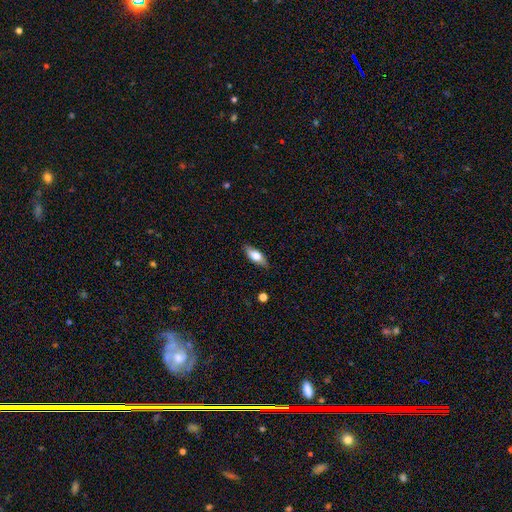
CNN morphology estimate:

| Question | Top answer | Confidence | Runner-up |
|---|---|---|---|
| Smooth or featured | smooth | 66% | featured or disk (28%) |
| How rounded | in between | 73% | cigar-shaped (24%) |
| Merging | none | 84% | minor disturbance (12%) |